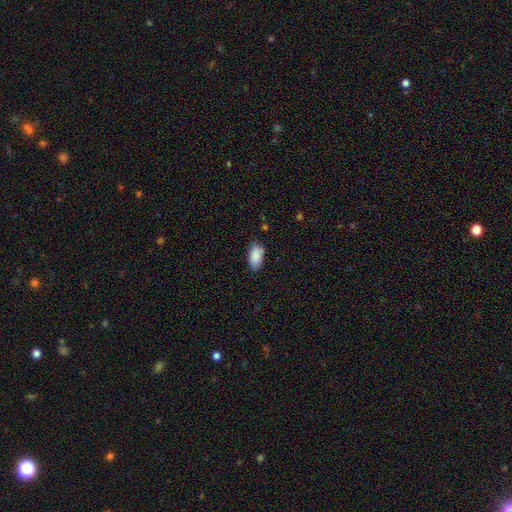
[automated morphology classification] The model was most divided on "merging": none: 78%, minor disturbance: 18%, major disturbance: 3%, merger: 1%. More confident: how rounded — in between (93%); smooth or featured — smooth (89%).